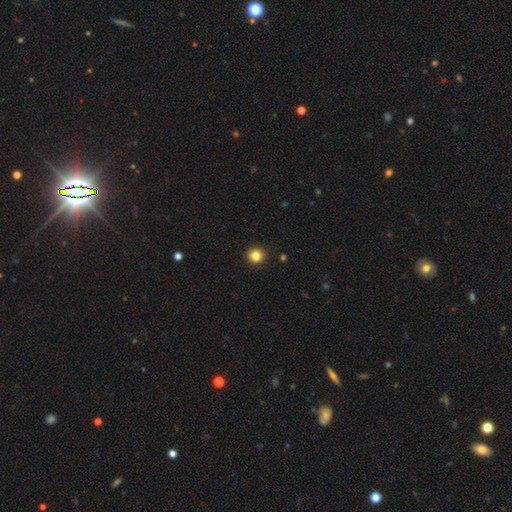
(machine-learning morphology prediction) A smooth galaxy with no disk features (84%) that is round (92%). Merging: none (92%).